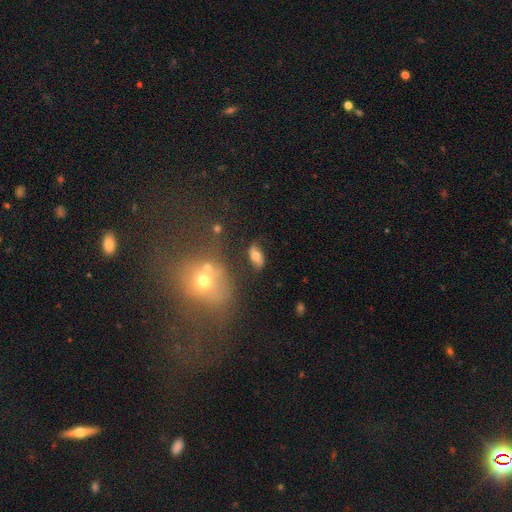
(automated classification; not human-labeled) The model was most divided on "smooth or featured": smooth: 59%, featured or disk: 31%, star or artifact: 10%. More confident: how rounded — in between (84%); merging — none (75%).